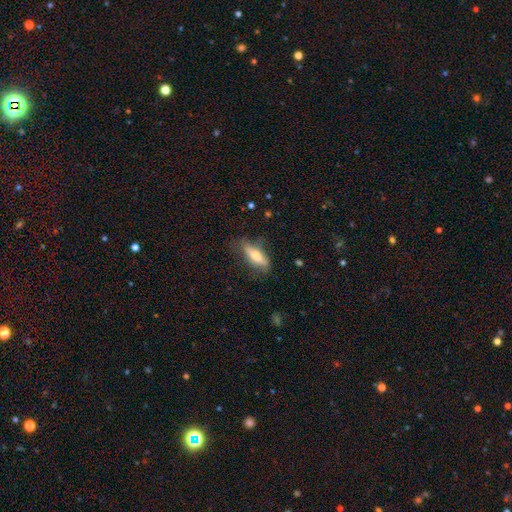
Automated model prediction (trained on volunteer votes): Q: Smooth or featured?
A: smooth (55%); runner-up: featured or disk (38%)
Q: How rounded?
A: cigar-shaped (57%); runner-up: in between (41%)
Q: Merging?
A: none (69%); runner-up: minor disturbance (22%)